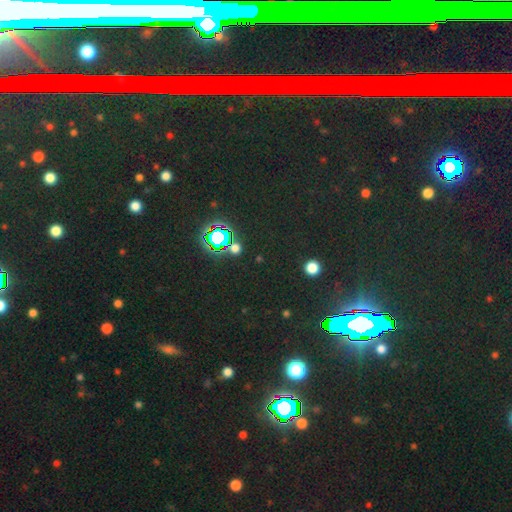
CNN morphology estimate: type=star or artifact (80%).